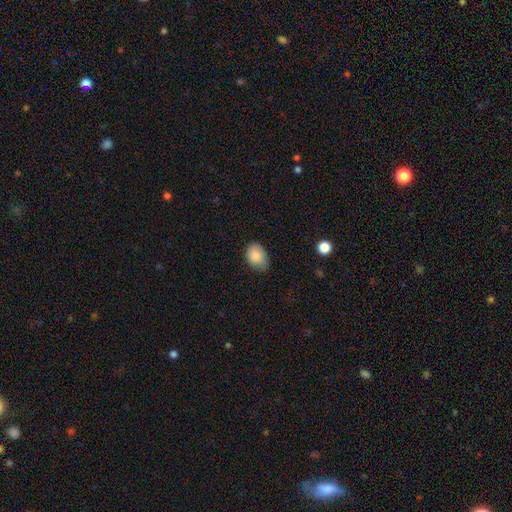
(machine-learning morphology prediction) Smooth or featured? Predicted: smooth (p=0.87). How rounded? Predicted: in between (p=0.75). Merging? Predicted: none (p=0.64).